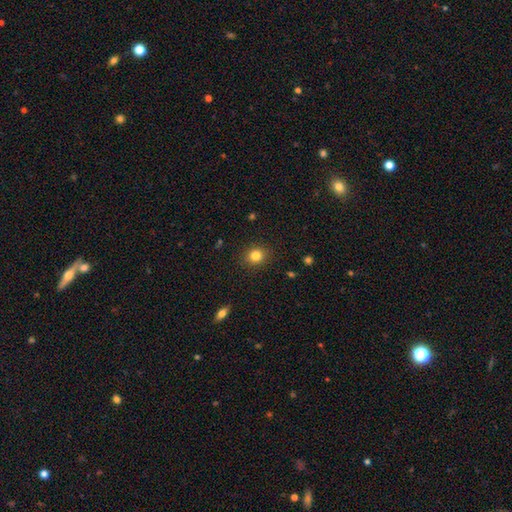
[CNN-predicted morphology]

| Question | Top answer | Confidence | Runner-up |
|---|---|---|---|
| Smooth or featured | smooth | 82% | star or artifact (11%) |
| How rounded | round | 73% | in between (26%) |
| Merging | none | 89% | minor disturbance (7%) |